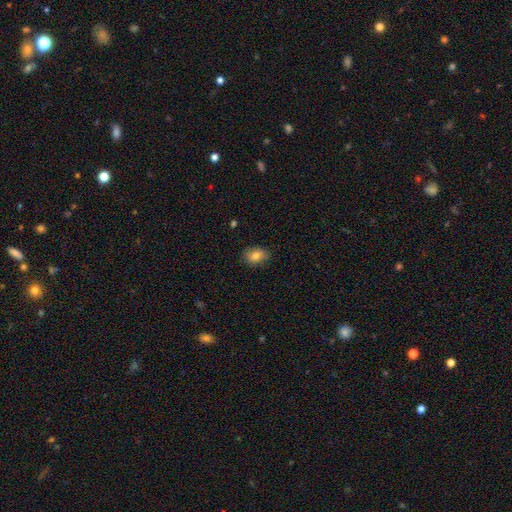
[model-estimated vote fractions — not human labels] Smooth or featured: smooth — 82% (featured or disk — 9%)
How rounded: in between — 76% (round — 22%)
Merging: none — 80% (minor disturbance — 16%)